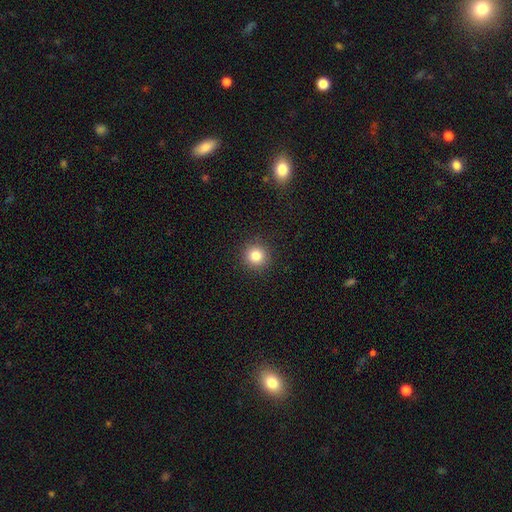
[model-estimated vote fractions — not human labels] smooth_or_featured: smooth (p=0.83) [alt: star or artifact p=0.12]
how_rounded: round (p=0.94) [alt: in between p=0.05]
merging: none (p=0.92) [alt: minor disturbance p=0.05]